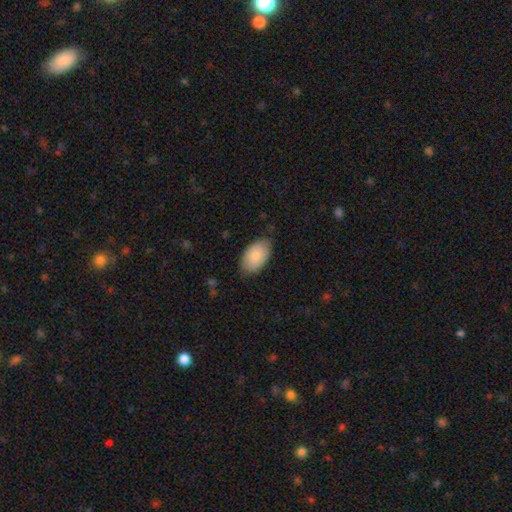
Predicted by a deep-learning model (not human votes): A smooth galaxy with no disk features (85%) that is in between round and cigar-shaped (94%). Merging: none (77%).